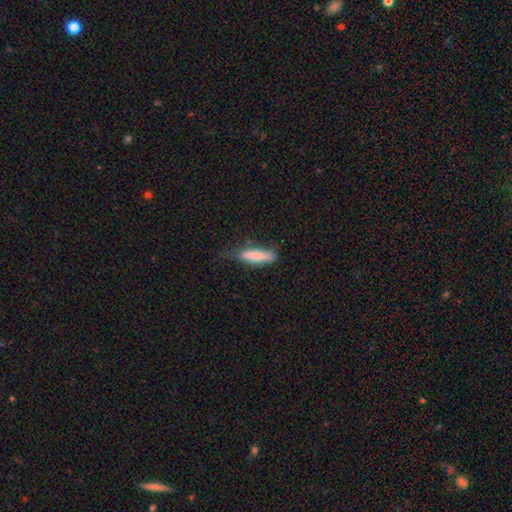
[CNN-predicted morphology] smooth-or-featured: smooth: 79% | featured or disk: 15% | star or artifact: 6%
  how-rounded: cigar-shaped: 73% | in between: 25% | round: 2%
  merging: none: 58% | minor disturbance: 31% | major disturbance: 9% | merger: 2%